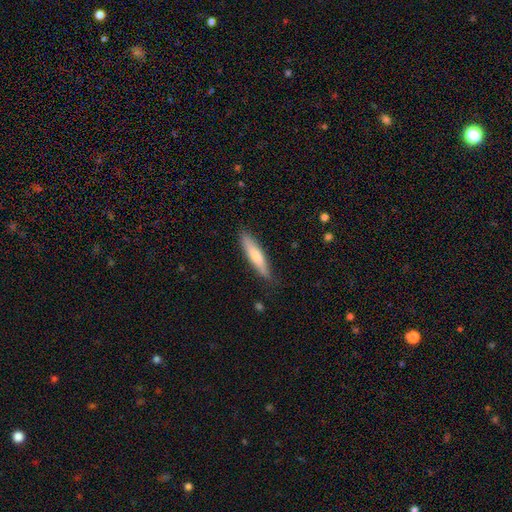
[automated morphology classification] Smooth or featured: smooth — 67% (featured or disk — 28%)
How rounded: cigar-shaped — 80% (in between — 18%)
Merging: none — 84% (minor disturbance — 12%)